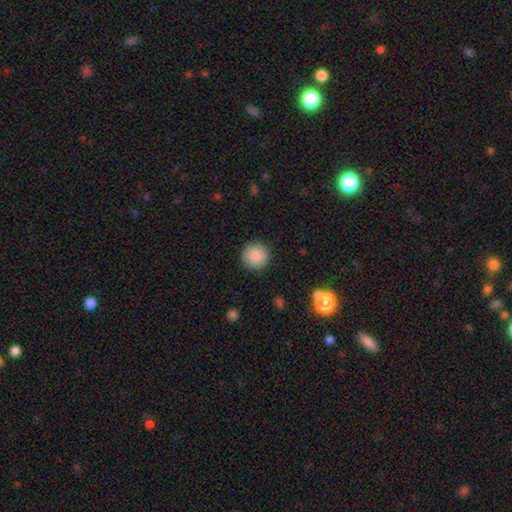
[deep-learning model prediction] Smooth or featured? Predicted: smooth (p=0.88). How rounded? Predicted: round (p=0.95). Merging? Predicted: none (p=0.90).